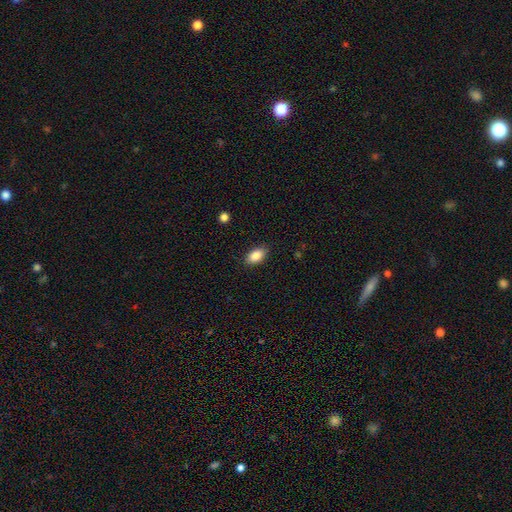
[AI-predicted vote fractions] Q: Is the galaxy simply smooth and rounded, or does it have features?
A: smooth — 87%.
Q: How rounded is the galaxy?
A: in between — 91%.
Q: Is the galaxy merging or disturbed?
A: none — 87%.